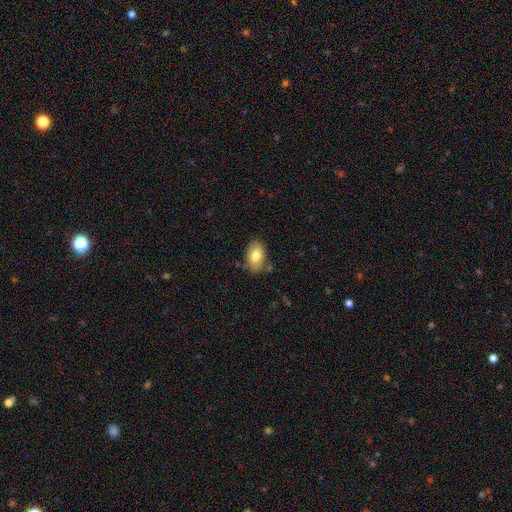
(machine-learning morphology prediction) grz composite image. It shows a smooth galaxy with no disk features (79%) that is in between round and cigar-shaped (88%). Merging: none (80%).